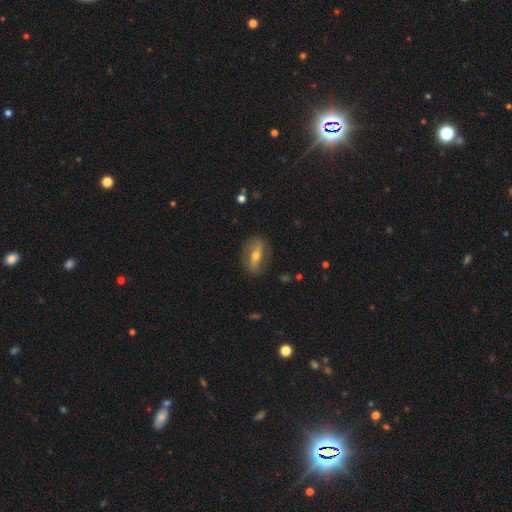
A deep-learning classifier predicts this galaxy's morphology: featured or disk 62%, smooth 30%, star or artifact 8%. Down the decision tree: edge-on disk — no (73%); merging — none (81%).